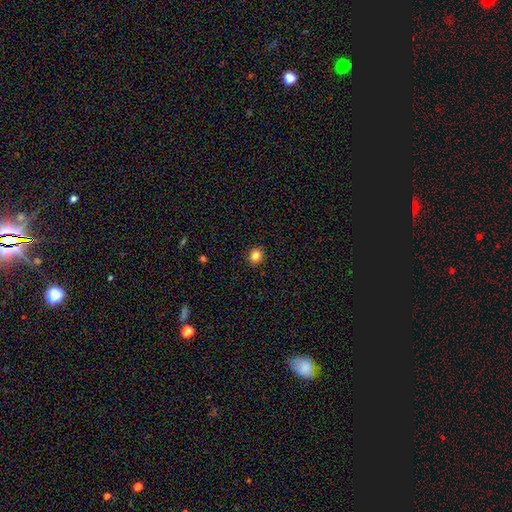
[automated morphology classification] Smooth or featured? Predicted: smooth (p=0.84). How rounded? Predicted: round (p=0.86). Merging? Predicted: none (p=0.91).